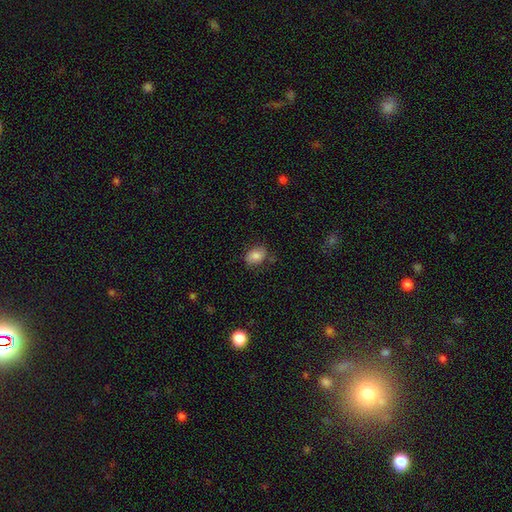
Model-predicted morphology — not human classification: Smooth or featured? smooth (82%)
How rounded? in between (74%)
Merging? none (76%)